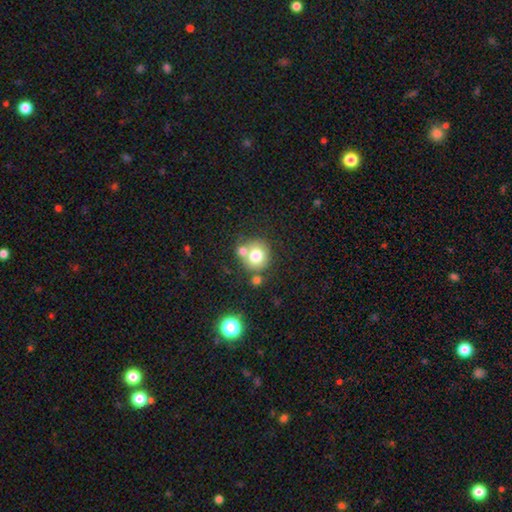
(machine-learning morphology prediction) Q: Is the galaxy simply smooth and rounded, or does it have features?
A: smooth — 75%.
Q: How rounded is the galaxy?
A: round — 87%.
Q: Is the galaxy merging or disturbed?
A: none — 56%.